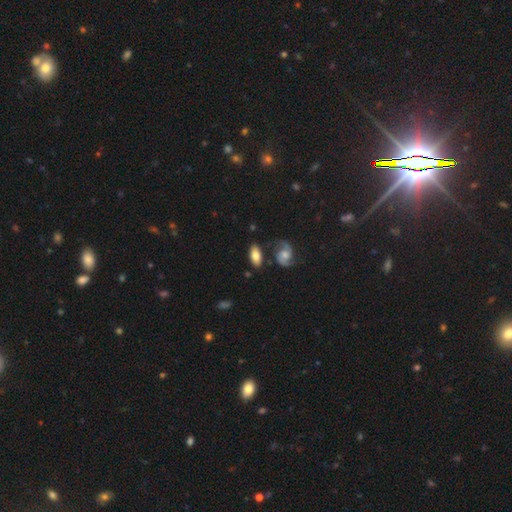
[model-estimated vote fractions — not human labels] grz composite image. It shows a smooth galaxy with no disk features (65%) that is in between round and cigar-shaped (88%). Merging: none (71%).